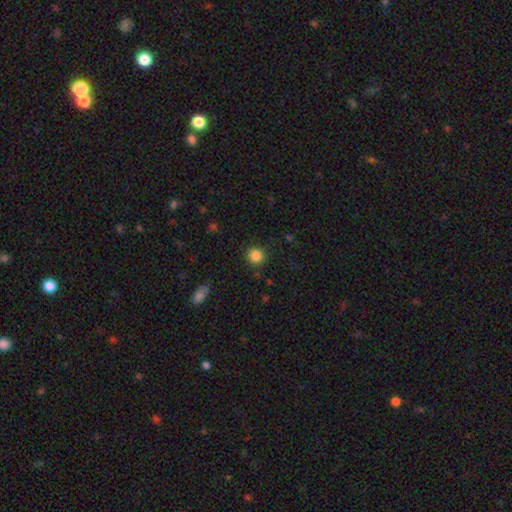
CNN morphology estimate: Smooth or featured? Predicted: smooth (p=0.85). How rounded? Predicted: round (p=0.92). Merging? Predicted: none (p=0.90).